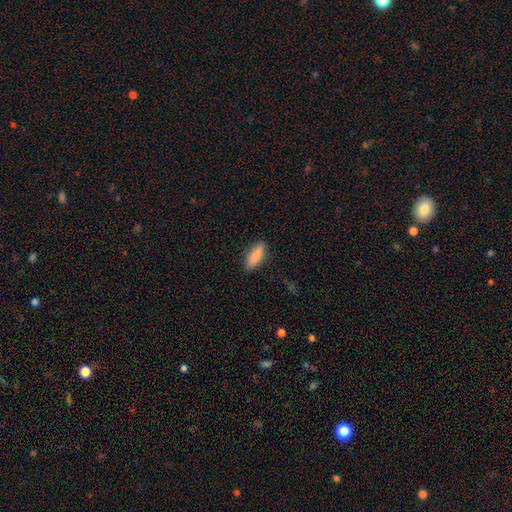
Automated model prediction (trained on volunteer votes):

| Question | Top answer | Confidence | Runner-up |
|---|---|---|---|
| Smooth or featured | smooth | 87% | featured or disk (7%) |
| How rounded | in between | 59% | cigar-shaped (39%) |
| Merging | none | 86% | minor disturbance (10%) |